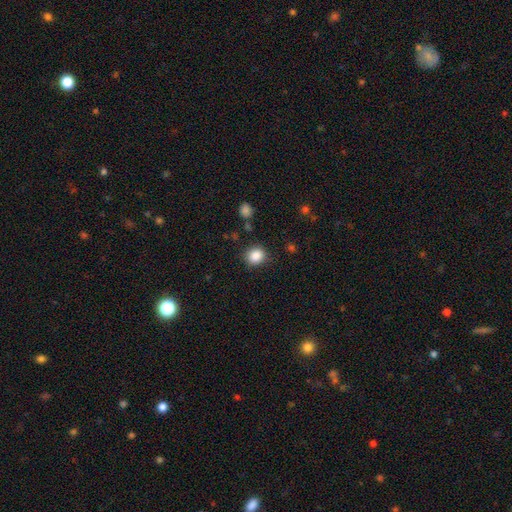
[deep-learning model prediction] Smooth or featured: smooth — 86% (star or artifact — 10%)
How rounded: round — 76% (in between — 24%)
Merging: none — 86% (minor disturbance — 9%)